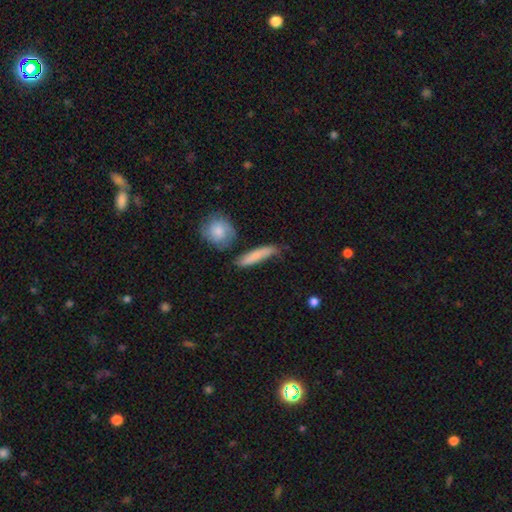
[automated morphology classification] type=smooth (70%); roundness=cigar-shaped (76%); merging=none (58%).